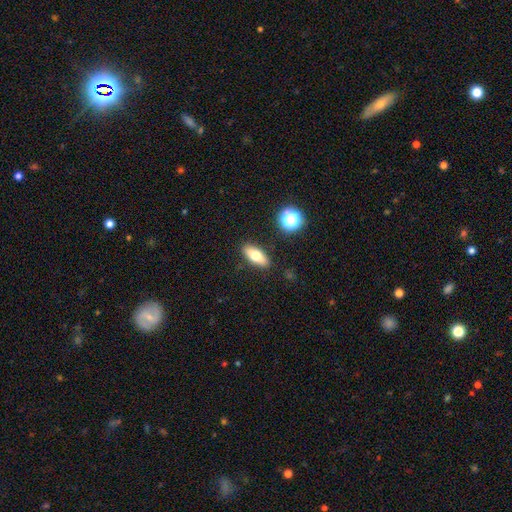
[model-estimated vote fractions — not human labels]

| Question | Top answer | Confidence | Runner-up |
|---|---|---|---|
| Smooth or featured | smooth | 67% | featured or disk (24%) |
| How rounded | in between | 71% | cigar-shaped (24%) |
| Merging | none | 88% | minor disturbance (8%) |